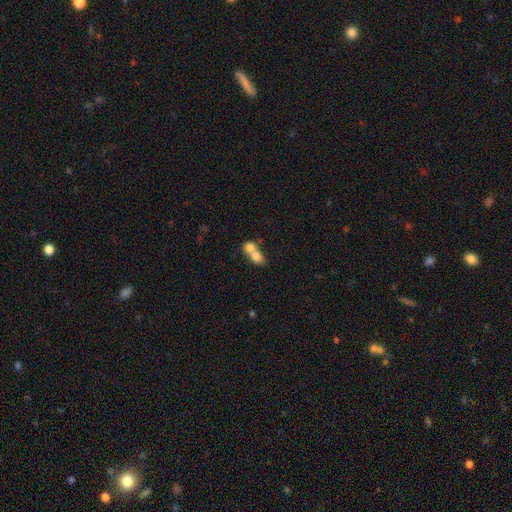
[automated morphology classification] The model was most divided on "how rounded": in between: 54%, round: 43%, cigar-shaped: 3%. More confident: merging — merger (75%); smooth or featured — smooth (74%).